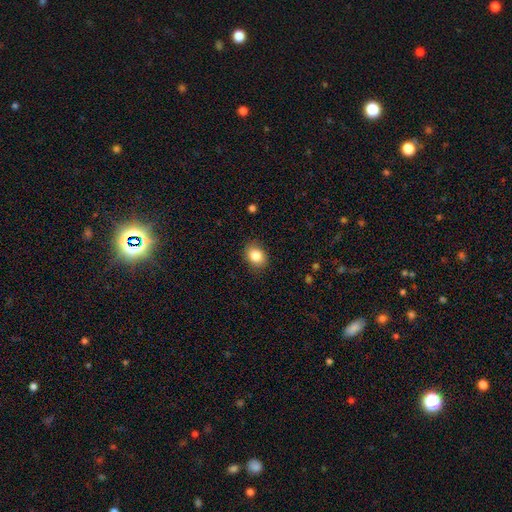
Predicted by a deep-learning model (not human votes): Smooth or featured?
  - smooth: 84% *
  - star or artifact: 9%
  - featured or disk: 7%
How rounded?
  - in between: 56% *
  - round: 43%
  - cigar-shaped: 1%
Merging?
  - none: 86% *
  - minor disturbance: 10%
  - major disturbance: 3%
  - merger: 1%